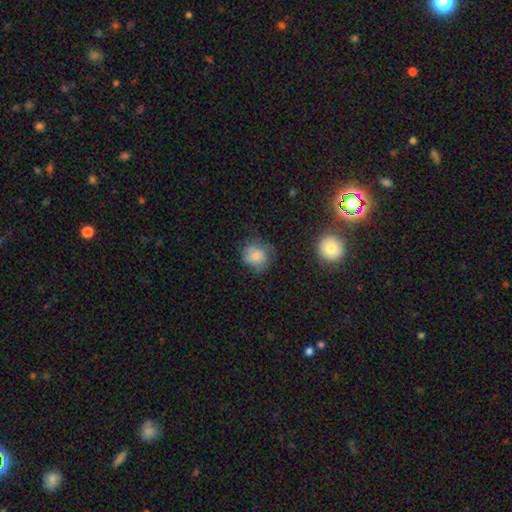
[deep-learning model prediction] smooth 76%, featured or disk 13%, star or artifact 11%. Down the decision tree: how rounded — round (74%); merging — none (58%).